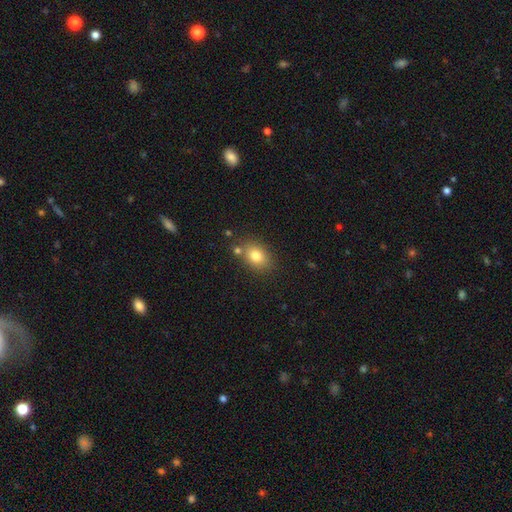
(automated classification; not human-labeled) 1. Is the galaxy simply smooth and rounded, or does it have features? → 80% smooth, 11% star or artifact, 10% featured or disk.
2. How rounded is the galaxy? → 65% in between, 34% round, 1% cigar-shaped.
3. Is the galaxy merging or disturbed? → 74% none, 13% minor disturbance, 10% merger, 3% major disturbance.